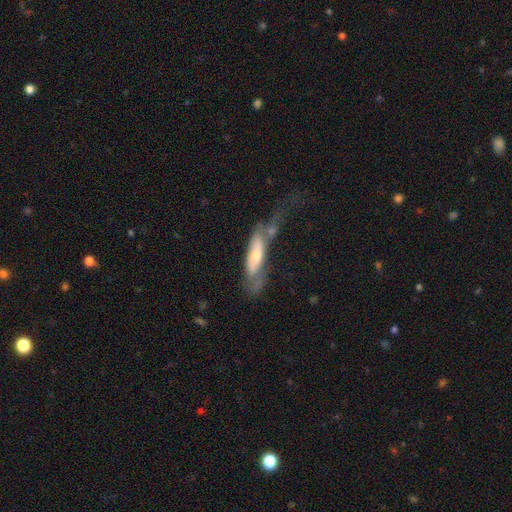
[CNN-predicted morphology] type=featured or disk (47%); merging=major disturbance (37%).